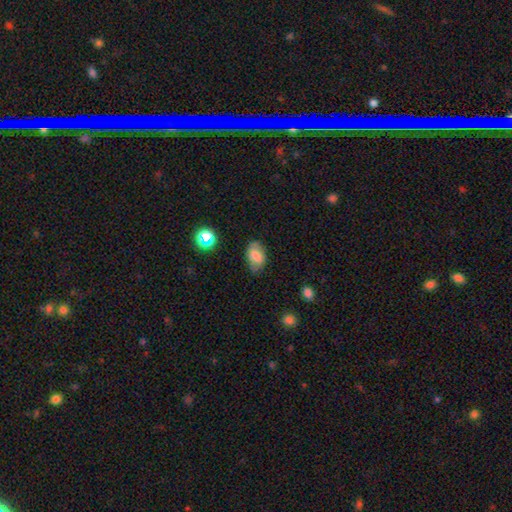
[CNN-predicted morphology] smooth_or_featured: smooth (p=0.70) [alt: featured or disk p=0.20]
how_rounded: in between (p=0.88) [alt: round p=0.10]
merging: none (p=0.71) [alt: minor disturbance p=0.22]